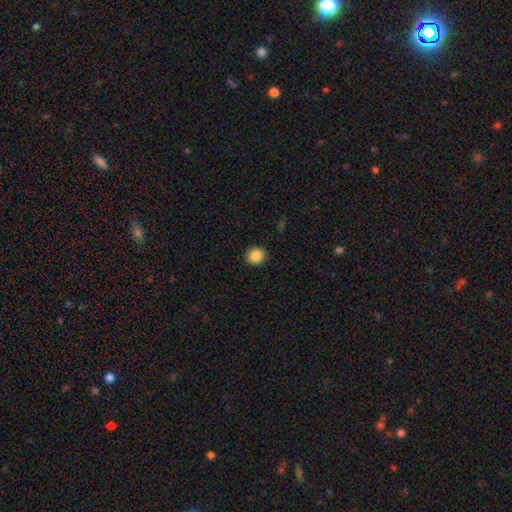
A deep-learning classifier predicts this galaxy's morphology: Smooth or featured?
  - smooth: 87% *
  - star or artifact: 9%
  - featured or disk: 4%
How rounded?
  - round: 78% *
  - in between: 21%
  - cigar-shaped: 1%
Merging?
  - none: 90% *
  - minor disturbance: 7%
  - major disturbance: 2%
  - merger: 1%